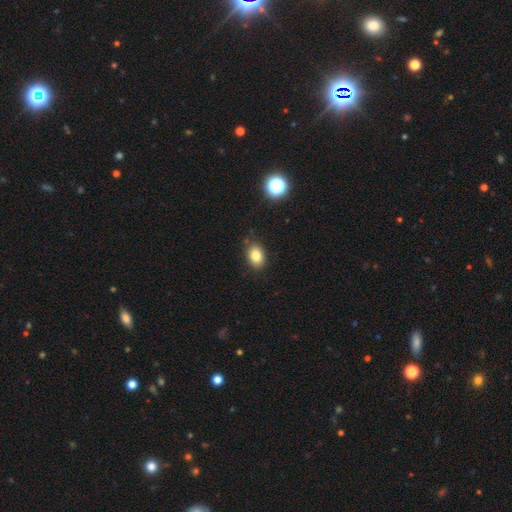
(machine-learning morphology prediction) This appears to be a smooth galaxy with no disk features (82%) that is in between round and cigar-shaped (79%). Merging: none (85%).